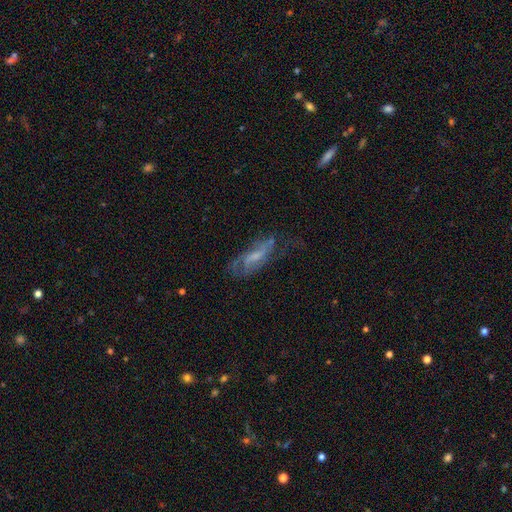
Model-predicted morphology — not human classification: Smooth or featured?
  - featured or disk: 65% *
  - smooth: 26%
  - star or artifact: 9%
Edge-on disk?
  - no: 84% *
  - yes: 16%
Bar?
  - weak: 46% *
  - no: 38%
  - strong: 17%
Spiral arms?
  - yes: 81% *
  - no: 19%
Bulge size?
  - small: 42% *
  - moderate: 31%
  - none: 22%
  - large: 4%
  - dominant: 1%
Merging?
  - none: 51% *
  - minor disturbance: 26%
  - major disturbance: 20%
  - merger: 3%